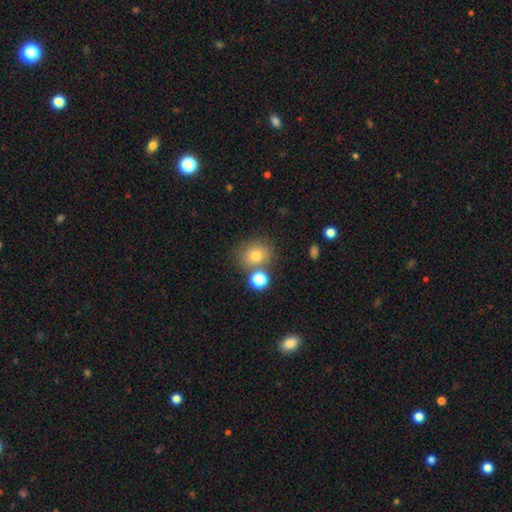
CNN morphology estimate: This appears to be a smooth galaxy with no disk features (75%) that is round (73%). Merging: none (66%).